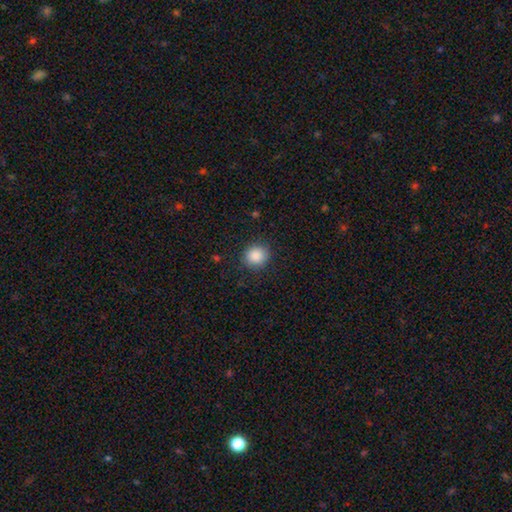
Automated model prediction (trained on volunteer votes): Q: Smooth or featured?
A: smooth (88%); runner-up: star or artifact (9%)
Q: How rounded?
A: round (79%); runner-up: in between (20%)
Q: Merging?
A: none (88%); runner-up: minor disturbance (8%)